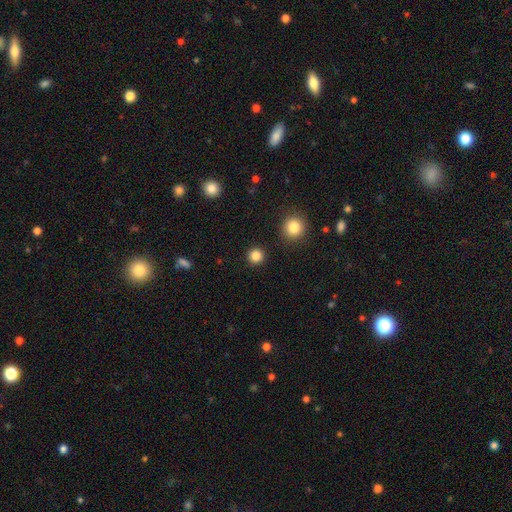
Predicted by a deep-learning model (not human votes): Smooth or featured: smooth — 84% (star or artifact — 13%)
How rounded: round — 95% (in between — 4%)
Merging: none — 91% (minor disturbance — 5%)